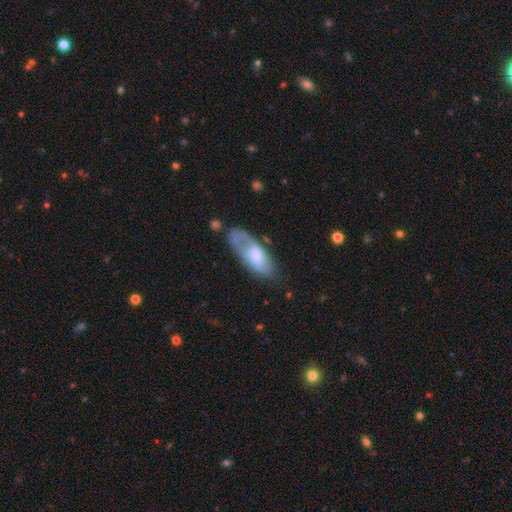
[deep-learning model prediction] Smooth or featured? smooth (49%)
Merging? none (49%)